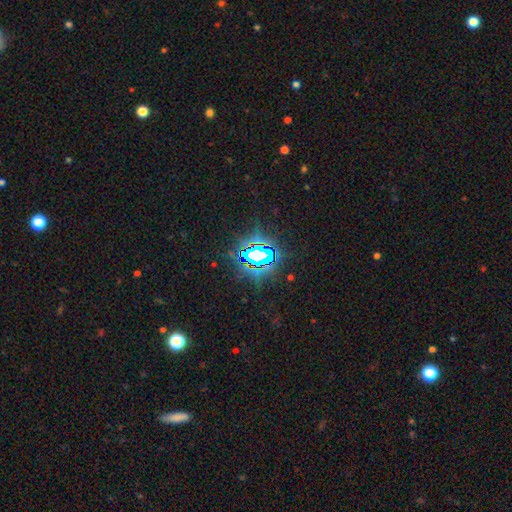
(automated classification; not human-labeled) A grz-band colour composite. It shows a star or artifact, not a galaxy (84%).